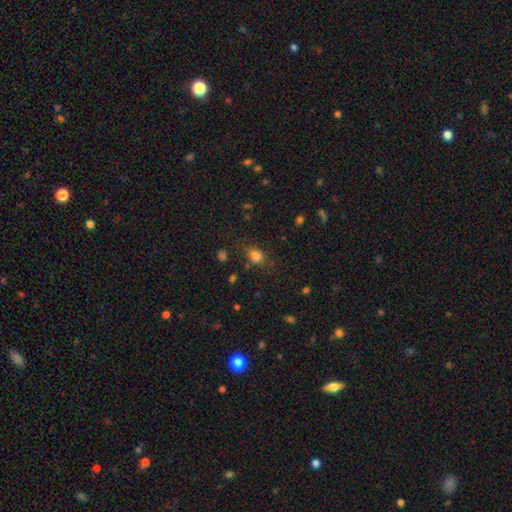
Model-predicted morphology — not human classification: Q: Smooth or featured?
A: smooth (80%); runner-up: star or artifact (13%)
Q: How rounded?
A: in between (51%); runner-up: round (47%)
Q: Merging?
A: none (69%); runner-up: minor disturbance (20%)